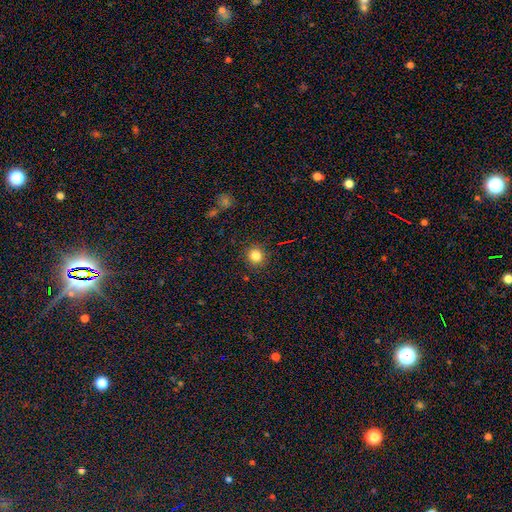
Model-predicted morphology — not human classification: This appears to be a smooth galaxy with no disk features (83%) that is round (89%). Merging: none (90%).